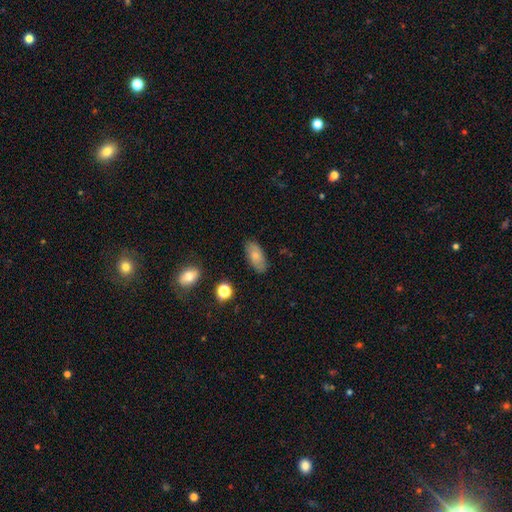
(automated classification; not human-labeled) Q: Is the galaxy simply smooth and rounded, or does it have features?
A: smooth — 80%.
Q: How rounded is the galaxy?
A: in between — 90%.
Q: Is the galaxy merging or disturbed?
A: none — 85%.